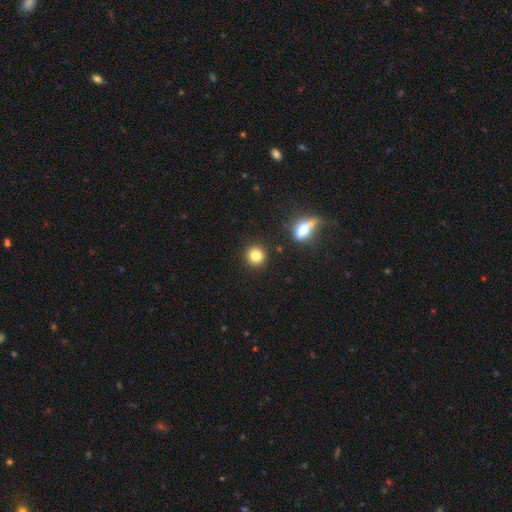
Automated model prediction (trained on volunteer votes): Morphology: type=smooth (84%); roundness=round (91%); merging=none (88%).